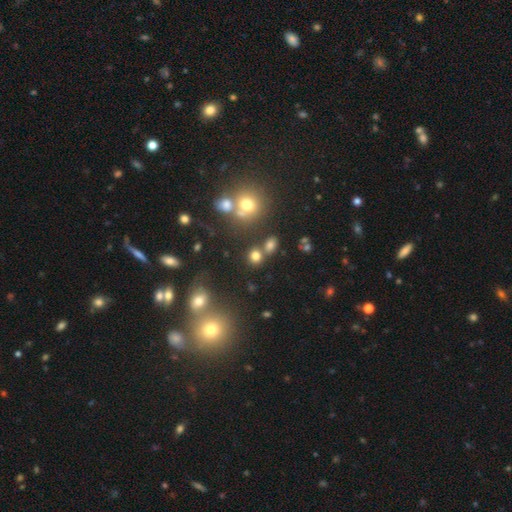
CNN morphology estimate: This is likely a smooth galaxy (74%). How rounded: likely round (72%). Merging: likely none (62%).